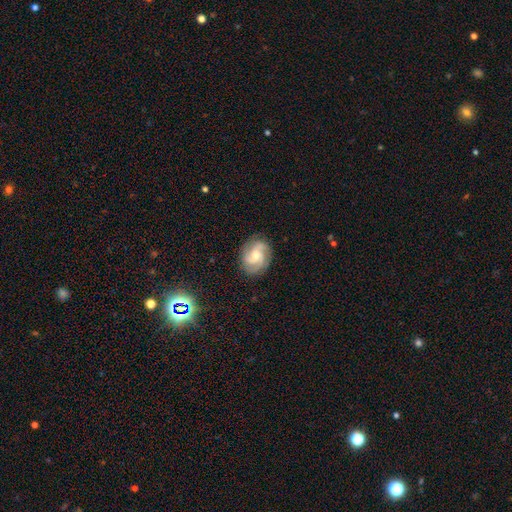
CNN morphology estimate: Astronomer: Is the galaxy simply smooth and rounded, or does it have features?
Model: featured or disk — 82%.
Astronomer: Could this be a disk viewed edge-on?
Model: no — 98%.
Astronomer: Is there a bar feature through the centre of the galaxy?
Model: no — 60%.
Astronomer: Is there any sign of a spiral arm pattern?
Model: yes — 97%.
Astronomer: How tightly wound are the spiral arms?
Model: medium — 46% (runner-up: tight, 42%).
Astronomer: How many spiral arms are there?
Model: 3 — 54%.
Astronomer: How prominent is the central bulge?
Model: small — 47% (runner-up: moderate, 45%).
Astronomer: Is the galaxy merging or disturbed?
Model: none — 82%.